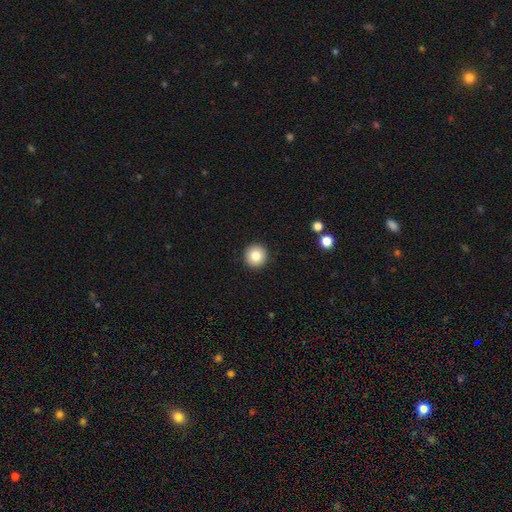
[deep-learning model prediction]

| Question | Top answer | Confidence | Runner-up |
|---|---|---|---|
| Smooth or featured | smooth | 83% | star or artifact (10%) |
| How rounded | round | 96% | in between (3%) |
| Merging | none | 93% | minor disturbance (4%) |